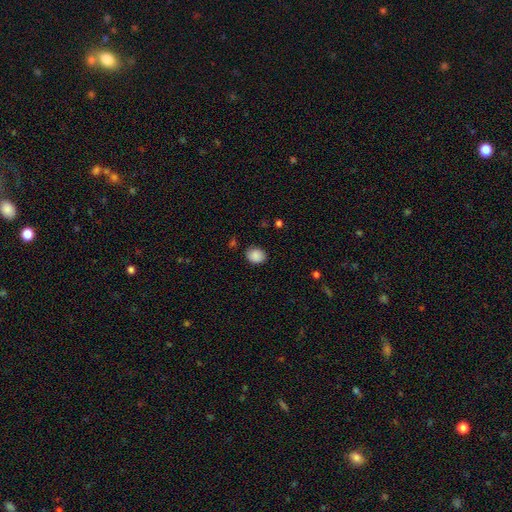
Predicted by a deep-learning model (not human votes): This appears to be a smooth galaxy with no disk features (88%) that is round (50%). Merging: none (83%).